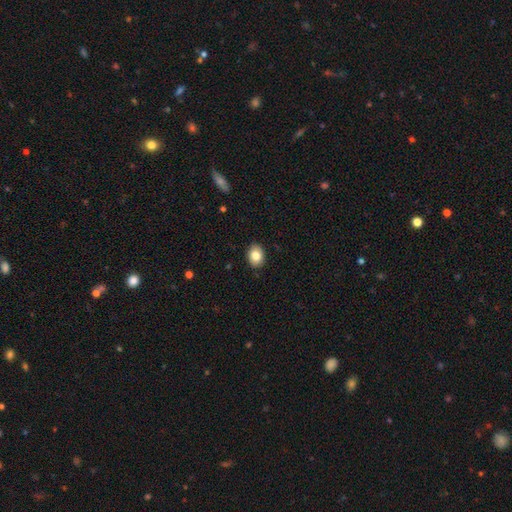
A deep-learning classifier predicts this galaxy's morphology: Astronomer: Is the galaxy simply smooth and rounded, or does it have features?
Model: smooth — 83%.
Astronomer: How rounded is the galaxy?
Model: in between — 70%.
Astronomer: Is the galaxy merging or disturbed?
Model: none — 89%.